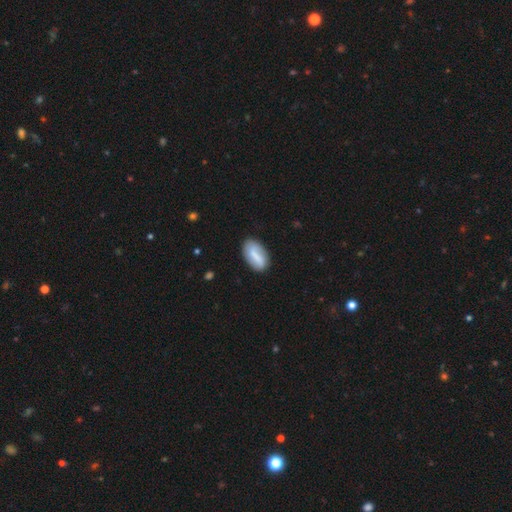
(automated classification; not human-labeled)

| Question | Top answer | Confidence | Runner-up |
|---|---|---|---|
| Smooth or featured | smooth | 62% | featured or disk (31%) |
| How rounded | in between | 92% | round (4%) |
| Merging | none | 80% | minor disturbance (14%) |